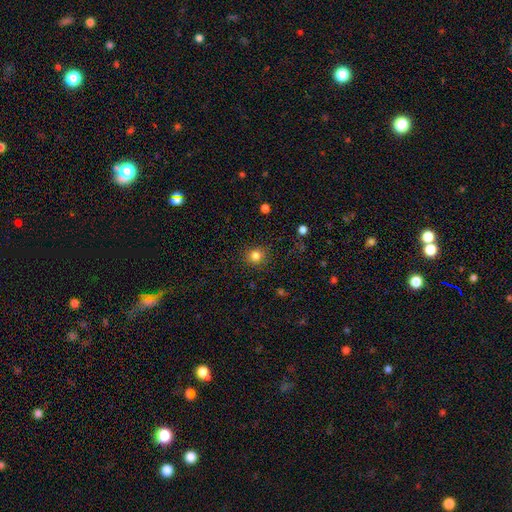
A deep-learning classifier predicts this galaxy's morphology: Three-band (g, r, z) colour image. It shows a smooth galaxy with no disk features (82%) that is round (87%). Merging: none (87%).